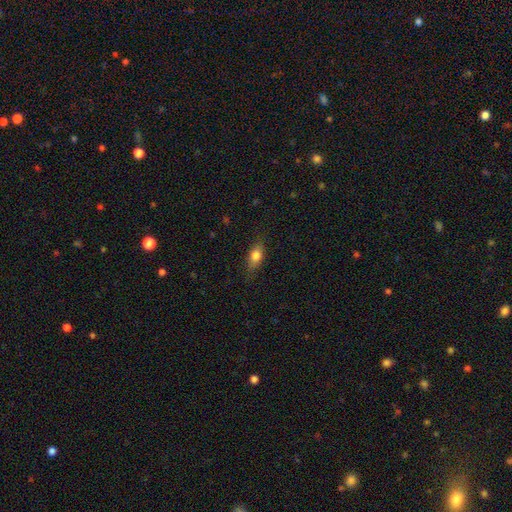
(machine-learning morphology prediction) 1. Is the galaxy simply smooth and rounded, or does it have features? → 76% smooth, 16% featured or disk, 8% star or artifact.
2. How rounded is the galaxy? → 76% in between, 15% cigar-shaped, 9% round.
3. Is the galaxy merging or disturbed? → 80% none, 16% minor disturbance, 4% major disturbance, 1% merger.